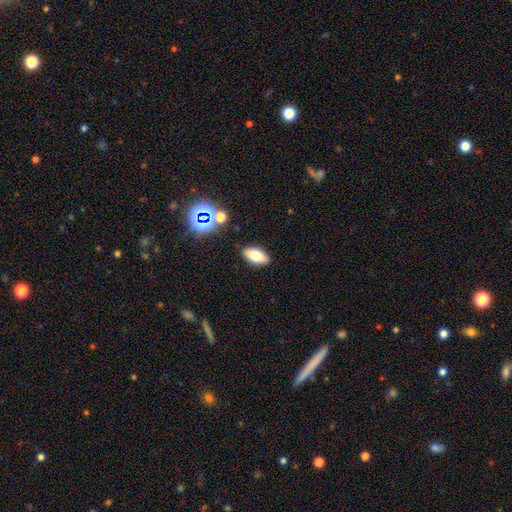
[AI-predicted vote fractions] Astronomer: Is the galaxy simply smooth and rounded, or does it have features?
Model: smooth — 73%.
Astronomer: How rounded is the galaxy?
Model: in between — 88%.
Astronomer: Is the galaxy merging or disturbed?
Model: none — 87%.